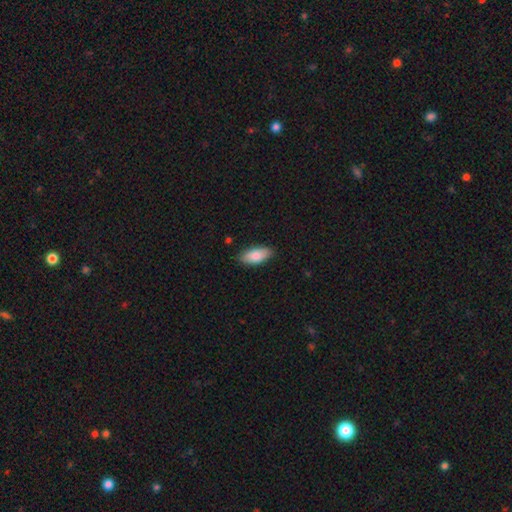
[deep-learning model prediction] This appears to be a smooth galaxy with no disk features (82%) that is in between round and cigar-shaped (89%). Merging: none (86%).